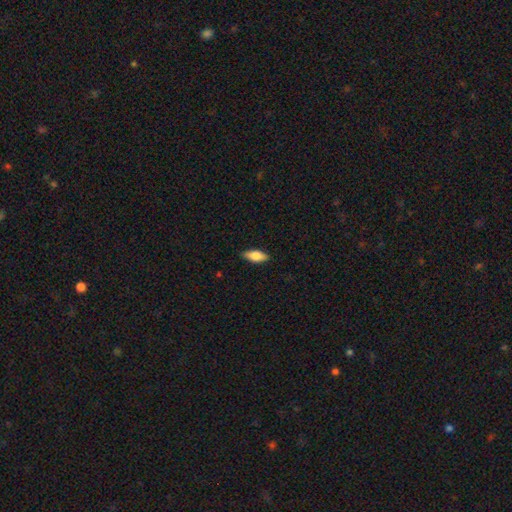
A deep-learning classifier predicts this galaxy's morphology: type=smooth (77%); roundness=in between (78%); merging=none (86%).